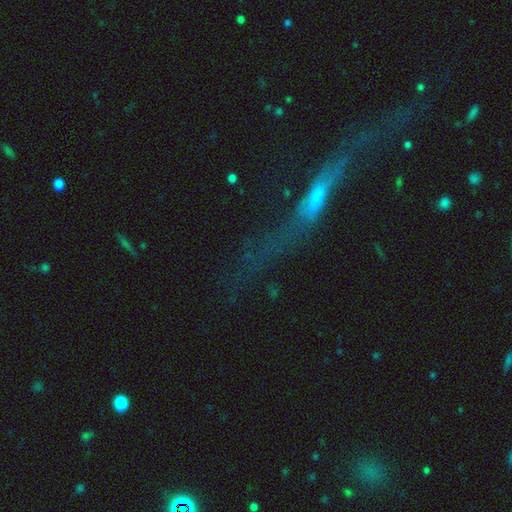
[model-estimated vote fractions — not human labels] Q: Smooth or featured?
A: featured or disk (62%); runner-up: smooth (19%)
Q: Edge-on disk?
A: yes (53%); runner-up: no (47%)
Q: Merging?
A: none (51%); runner-up: major disturbance (24%)